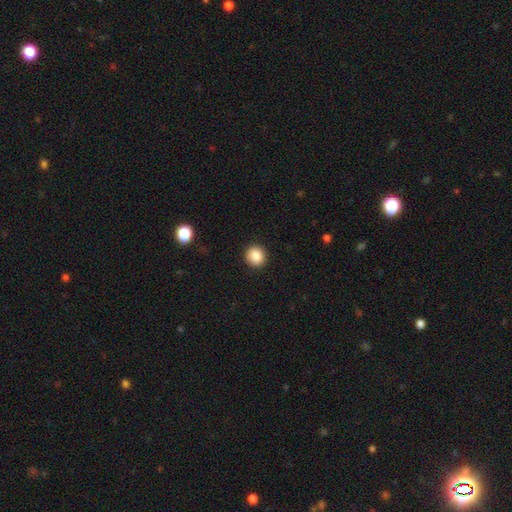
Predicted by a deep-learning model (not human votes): Smooth or featured: smooth — 87% (star or artifact — 9%)
How rounded: round — 90% (in between — 10%)
Merging: none — 92% (minor disturbance — 5%)